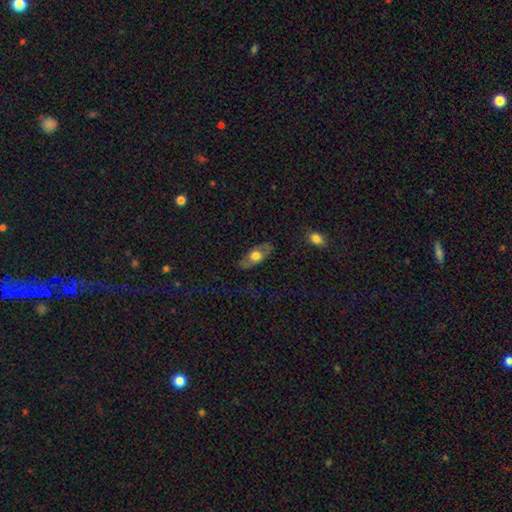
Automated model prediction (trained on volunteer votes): A smooth galaxy with no disk features (55%) that is in between round and cigar-shaped (77%).

Vote fractions:
- Smooth or featured? smooth: 55% / featured or disk: 39% / star or artifact: 6%
- How rounded? in between: 77% / cigar-shaped: 17% / round: 6%
- Merging? none: 81% / minor disturbance: 13% / major disturbance: 4% / merger: 1%